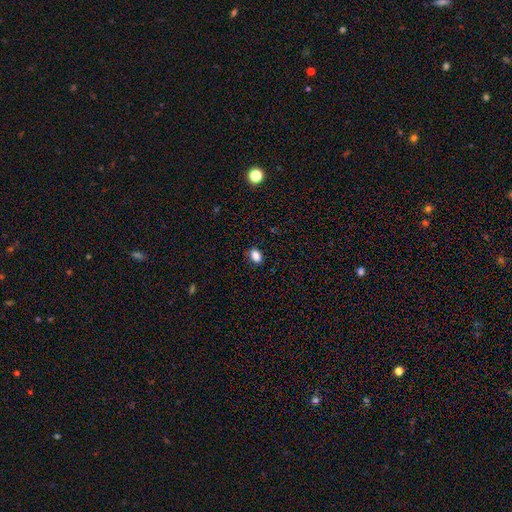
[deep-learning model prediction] smooth_or_featured: smooth (p=0.86) [alt: star or artifact p=0.10]
how_rounded: in between (p=0.78) [alt: round p=0.20]
merging: none (p=0.84) [alt: minor disturbance p=0.12]